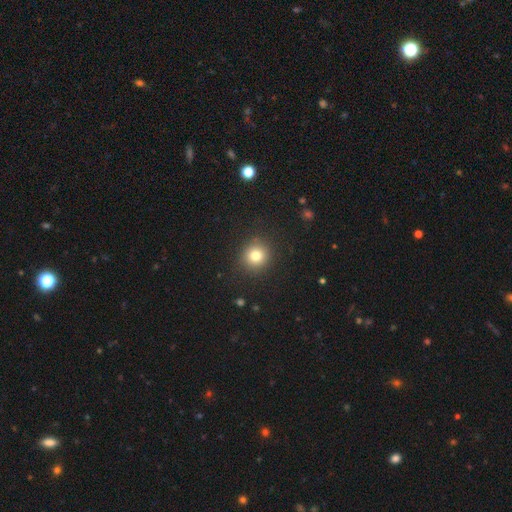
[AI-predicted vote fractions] smooth-or-featured: smooth: 79% | star or artifact: 13% | featured or disk: 8%
  how-rounded: round: 90% | in between: 9% | cigar-shaped: 1%
  merging: none: 89% | minor disturbance: 7% | major disturbance: 3% | merger: 1%